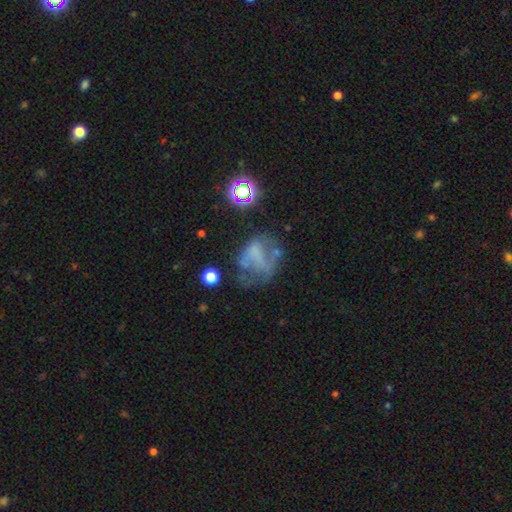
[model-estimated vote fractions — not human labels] Smooth or featured: featured or disk — 45% (smooth — 34%)
Merging: none — 38% (major disturbance — 32%)